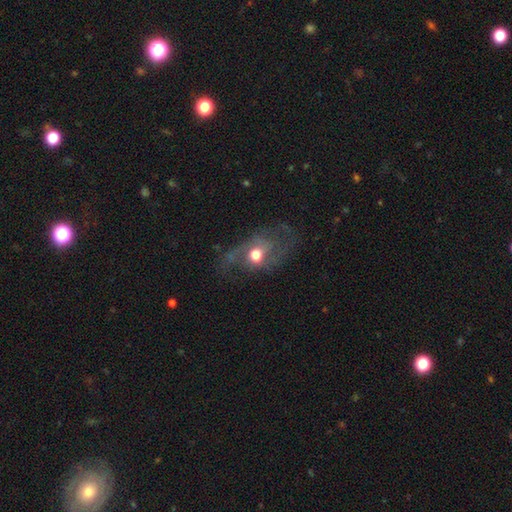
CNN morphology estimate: Q: Smooth or featured?
A: featured or disk (65%); runner-up: smooth (21%)
Q: Edge-on disk?
A: no (92%); runner-up: yes (8%)
Q: Bar?
A: no (73%); runner-up: weak (22%)
Q: Spiral arms?
A: yes (69%); runner-up: no (31%)
Q: Bulge size?
A: moderate (71%); runner-up: small (15%)
Q: Merging?
A: none (56%); runner-up: minor disturbance (21%)